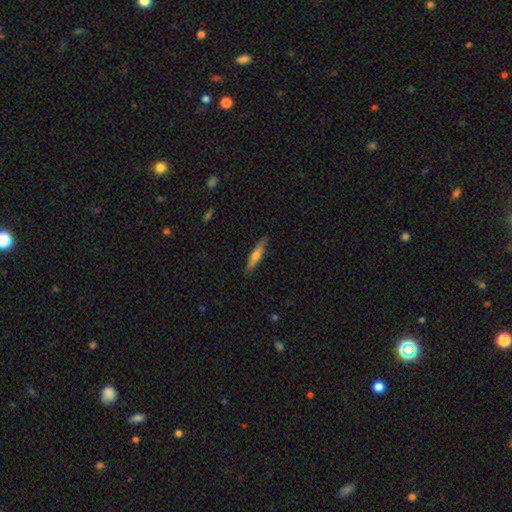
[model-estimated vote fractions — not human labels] Q: Smooth or featured?
A: smooth (48%); runner-up: featured or disk (46%)
Q: Merging?
A: none (87%); runner-up: minor disturbance (10%)